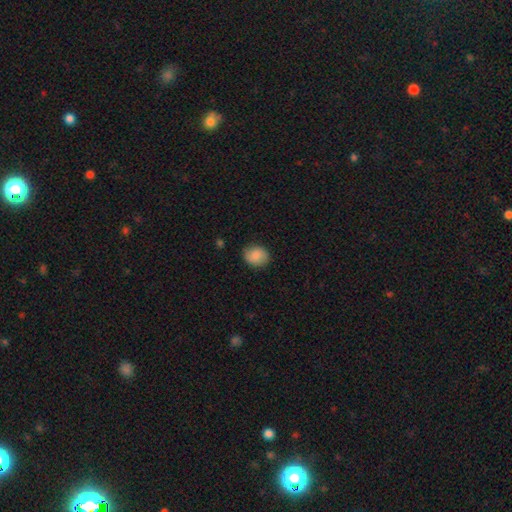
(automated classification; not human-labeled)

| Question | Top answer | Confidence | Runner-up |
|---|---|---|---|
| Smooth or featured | smooth | 84% | featured or disk (9%) |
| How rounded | round | 67% | in between (32%) |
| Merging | none | 86% | minor disturbance (10%) |